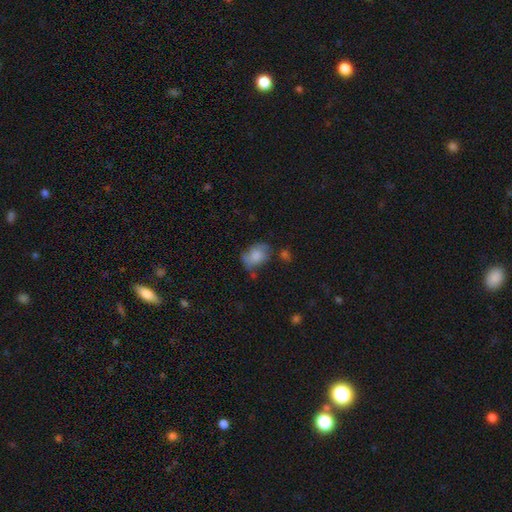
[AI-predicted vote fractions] Q: Smooth or featured?
A: smooth (68%); runner-up: featured or disk (23%)
Q: How rounded?
A: in between (75%); runner-up: round (24%)
Q: Merging?
A: none (45%); runner-up: minor disturbance (31%)